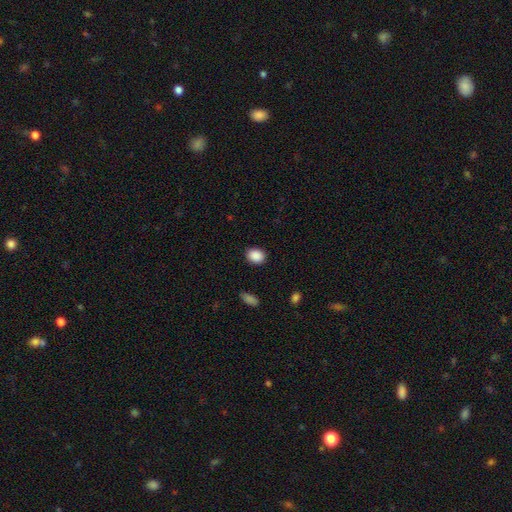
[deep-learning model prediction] smooth-or-featured: smooth: 89% | star or artifact: 8% | featured or disk: 3%
  how-rounded: in between: 58% | round: 41% | cigar-shaped: 1%
  merging: none: 88% | minor disturbance: 9% | major disturbance: 3% | merger: 1%